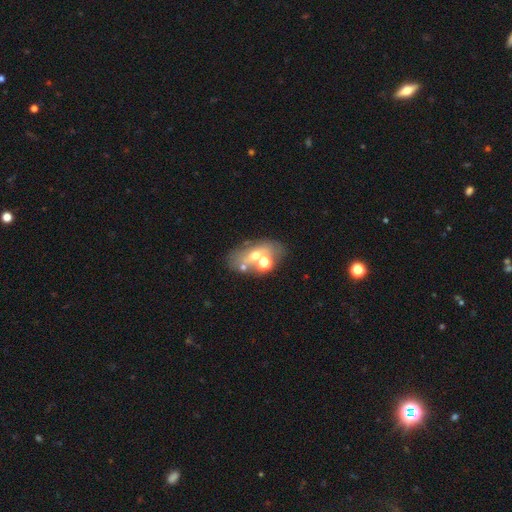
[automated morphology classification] Smooth or featured? Predicted: smooth (p=0.41, tied with featured or disk). Merging? Predicted: none (p=0.54).